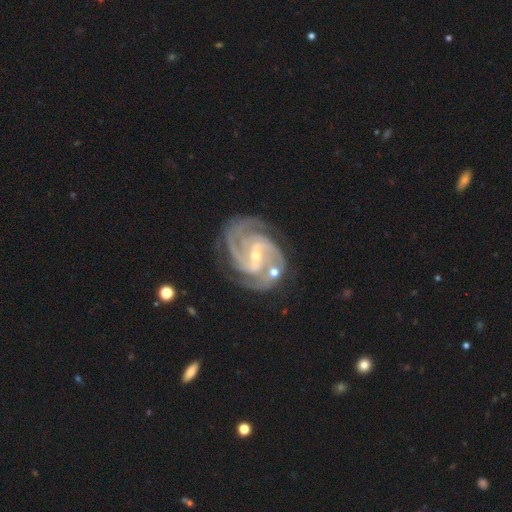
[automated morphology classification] Overall: featured or disk (93%). Edge-on disk: no (98%). Bar: weak (44%; strong 42%). Spiral arms: yes (99%). Spiral arm count: 3 (39%; 2 23%). Spiral winding: tight (50%; medium 43%). Bulge size: small (68%; moderate 29%). Merging: none (69%).